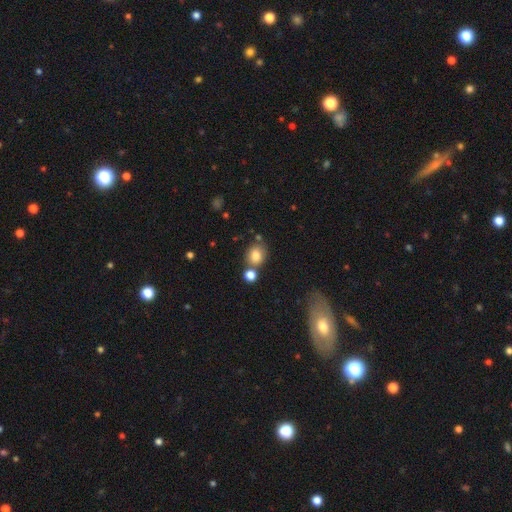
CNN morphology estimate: Smooth or featured? smooth (82%)
How rounded? round (62%)
Merging? none (64%)